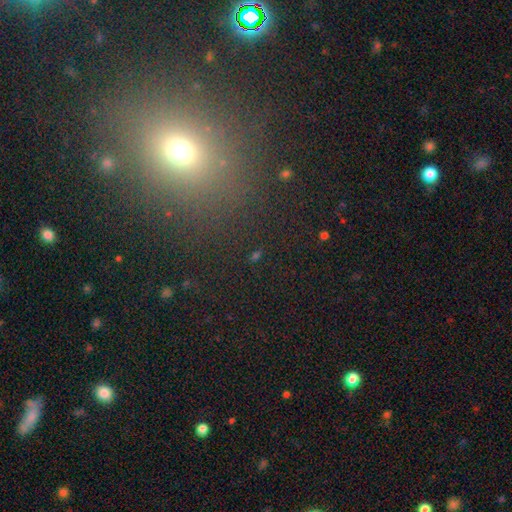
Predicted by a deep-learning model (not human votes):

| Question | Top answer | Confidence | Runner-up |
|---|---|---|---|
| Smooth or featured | star or artifact | 58% | smooth (30%) |